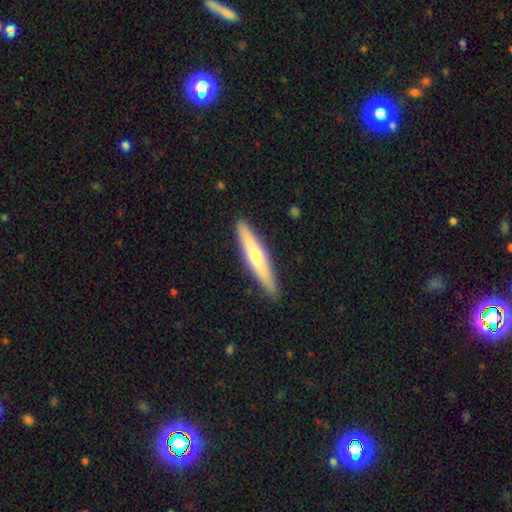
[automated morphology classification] This is possibly a smooth galaxy (50%). How rounded: clearly cigar-shaped (89%). Merging: clearly none (90%).